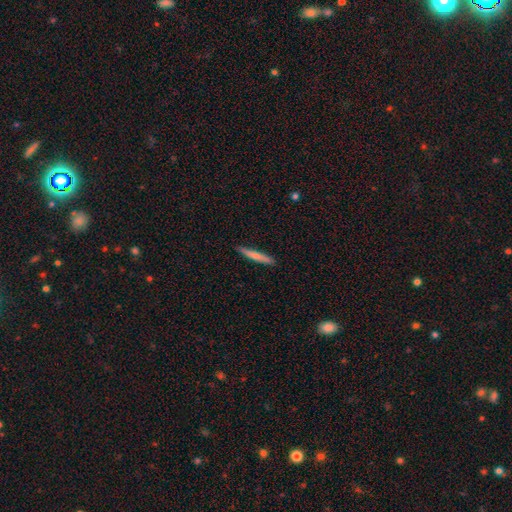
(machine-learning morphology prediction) The model was most divided on "smooth or featured": smooth: 69%, featured or disk: 25%, star or artifact: 6%. More confident: how rounded — cigar-shaped (95%); merging — none (90%).